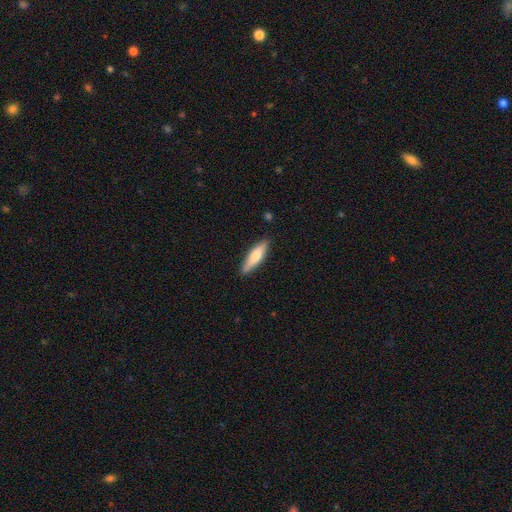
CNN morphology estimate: Overall: smooth (69%). How rounded: cigar-shaped (68%; in between 30%). Merging: none (86%).